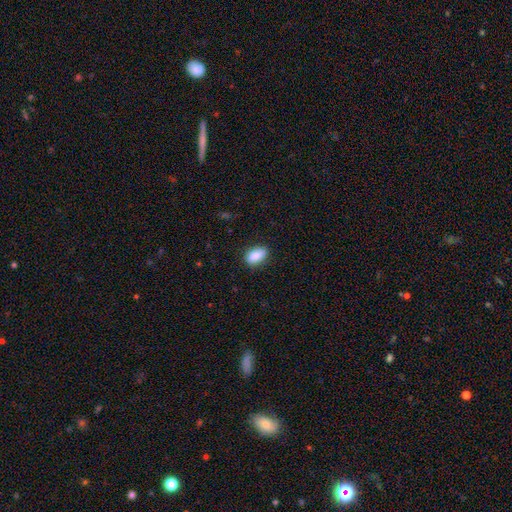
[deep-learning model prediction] This is clearly a smooth galaxy (87%). How rounded: clearly in between (90%). Merging: clearly none (84%).